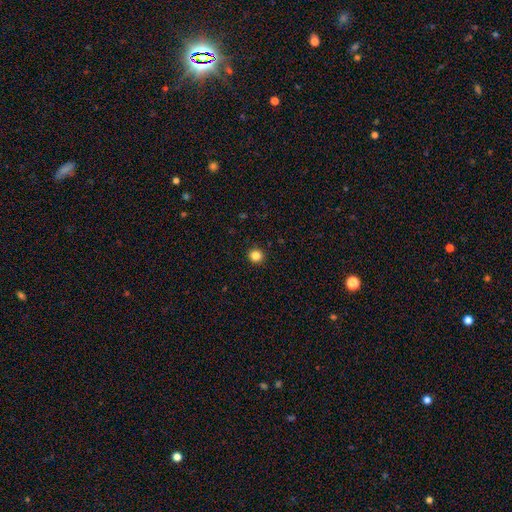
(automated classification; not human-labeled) Morphology: type=smooth (84%); roundness=round (94%); merging=none (93%).